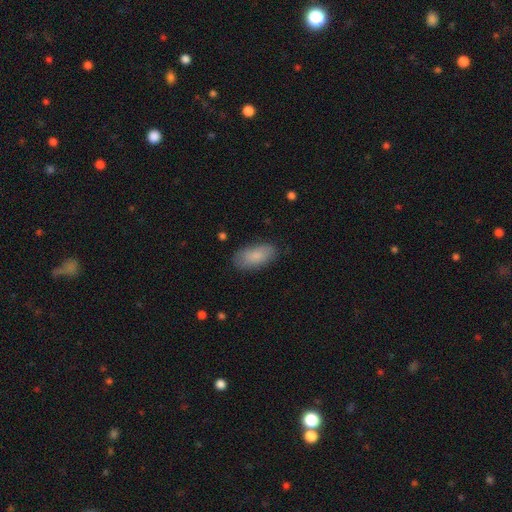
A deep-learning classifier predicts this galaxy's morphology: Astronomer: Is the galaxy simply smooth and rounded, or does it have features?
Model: smooth — 83%.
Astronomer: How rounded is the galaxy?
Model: in between — 91%.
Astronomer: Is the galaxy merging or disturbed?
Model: none — 79%.